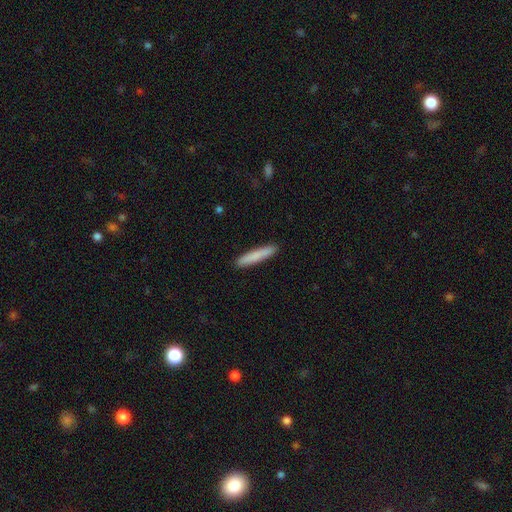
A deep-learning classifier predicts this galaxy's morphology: This is clearly a smooth galaxy (81%). How rounded: clearly cigar-shaped (94%). Merging: clearly none (91%).